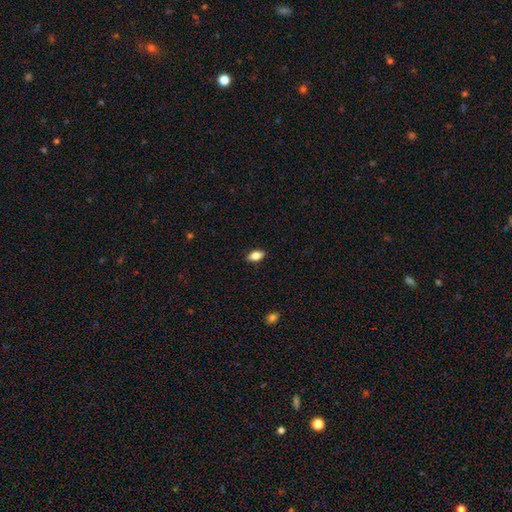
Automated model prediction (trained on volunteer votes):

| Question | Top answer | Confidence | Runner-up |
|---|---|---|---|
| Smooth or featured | smooth | 83% | featured or disk (9%) |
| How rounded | in between | 89% | round (6%) |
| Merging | none | 87% | minor disturbance (10%) |